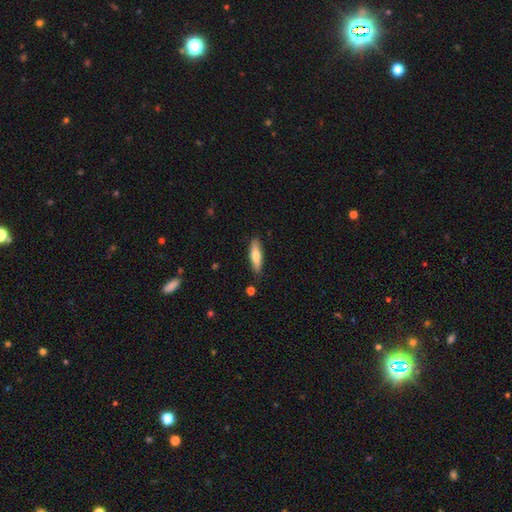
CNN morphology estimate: Smooth or featured: smooth — 67% (featured or disk — 27%)
How rounded: cigar-shaped — 64% (in between — 34%)
Merging: none — 85% (minor disturbance — 11%)